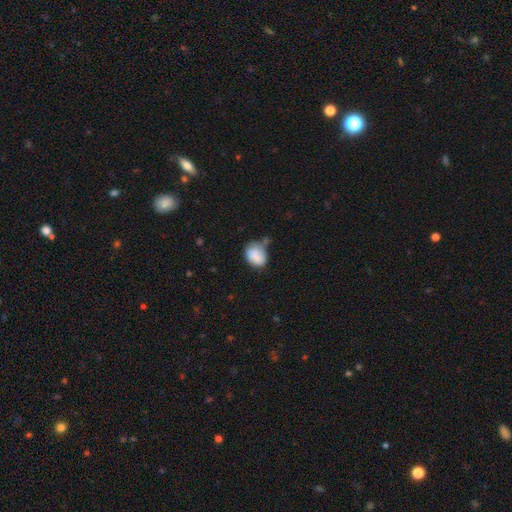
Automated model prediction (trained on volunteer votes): Smooth or featured? Predicted: smooth (p=0.84). How rounded? Predicted: in between (p=0.67). Merging? Predicted: none (p=0.47).